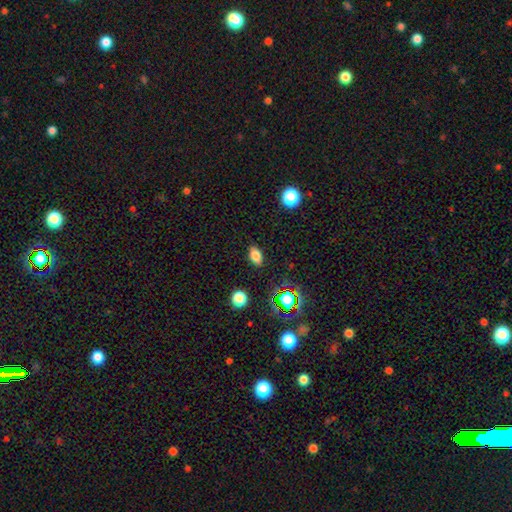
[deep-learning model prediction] Smooth or featured: smooth — 76% (star or artifact — 15%)
How rounded: in between — 86% (round — 11%)
Merging: none — 86% (minor disturbance — 9%)